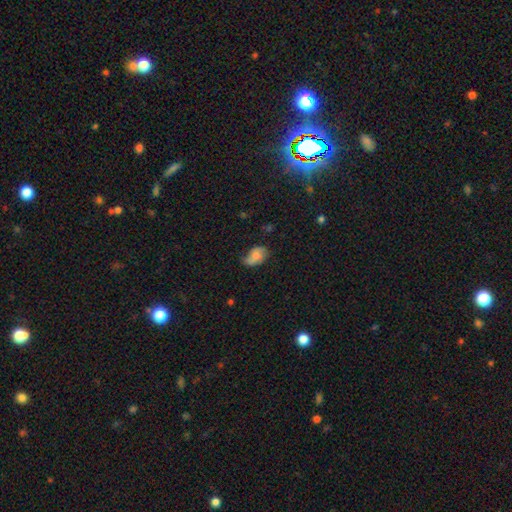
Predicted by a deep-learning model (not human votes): Smooth or featured: smooth — 64% (featured or disk — 27%)
How rounded: in between — 89% (round — 9%)
Merging: none — 52% (minor disturbance — 35%)